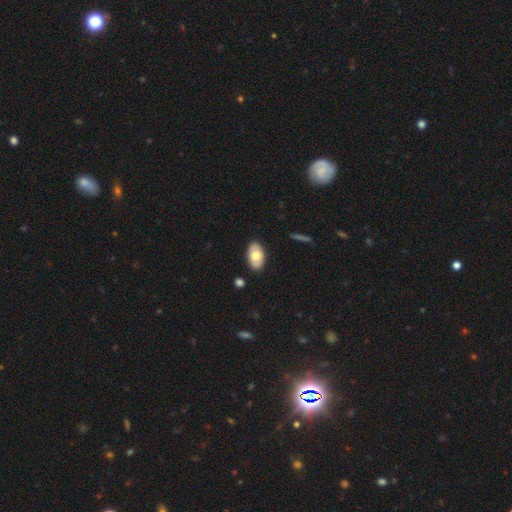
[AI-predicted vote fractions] Q: Smooth or featured?
A: smooth (69%); runner-up: featured or disk (25%)
Q: How rounded?
A: in between (94%); runner-up: round (5%)
Q: Merging?
A: none (88%); runner-up: minor disturbance (9%)